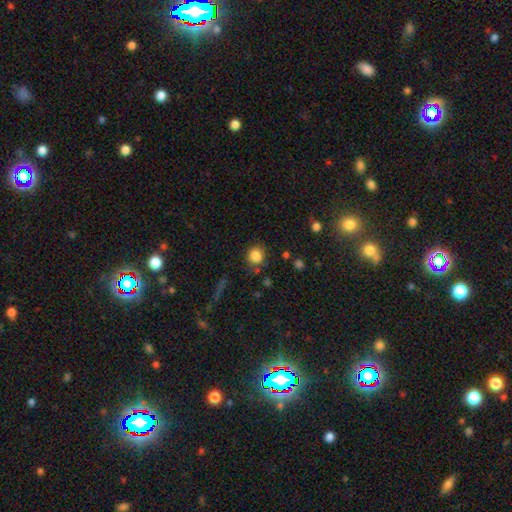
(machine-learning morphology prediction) Smooth or featured?
  - smooth: 85% *
  - star or artifact: 10%
  - featured or disk: 4%
How rounded?
  - round: 84% *
  - in between: 15%
  - cigar-shaped: 1%
Merging?
  - none: 79% *
  - minor disturbance: 13%
  - major disturbance: 4%
  - merger: 4%